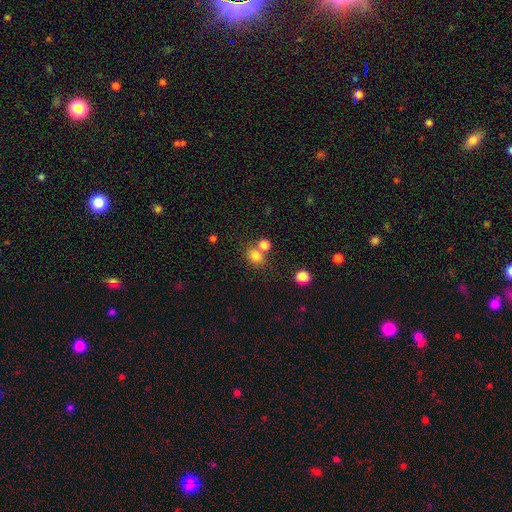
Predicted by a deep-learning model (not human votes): Smooth or featured?
  - smooth: 80% *
  - star or artifact: 13%
  - featured or disk: 7%
How rounded?
  - round: 53% *
  - in between: 46%
  - cigar-shaped: 1%
Merging?
  - none: 56% *
  - merger: 30%
  - minor disturbance: 10%
  - major disturbance: 4%